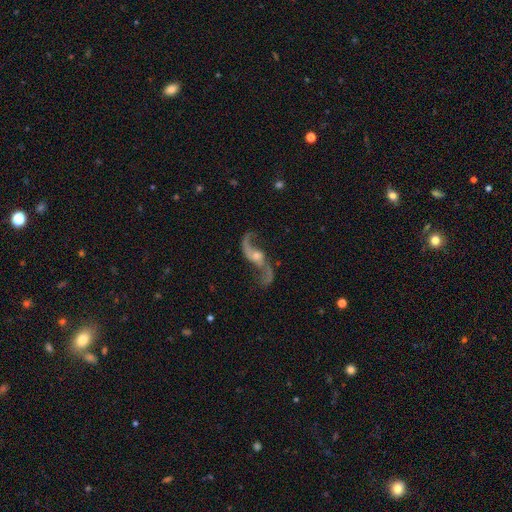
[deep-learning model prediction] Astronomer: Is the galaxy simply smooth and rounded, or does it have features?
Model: featured or disk — 90%.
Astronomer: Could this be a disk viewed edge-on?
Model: no — 94%.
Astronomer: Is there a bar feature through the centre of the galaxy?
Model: no — 54% (runner-up: weak, 33%).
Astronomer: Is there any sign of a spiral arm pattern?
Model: yes — 97%.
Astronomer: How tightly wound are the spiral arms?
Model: loose — 89%.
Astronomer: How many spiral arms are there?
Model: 2 — 94%.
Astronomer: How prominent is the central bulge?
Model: moderate — 48% (runner-up: small, 39%).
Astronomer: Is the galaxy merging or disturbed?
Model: none — 74%.